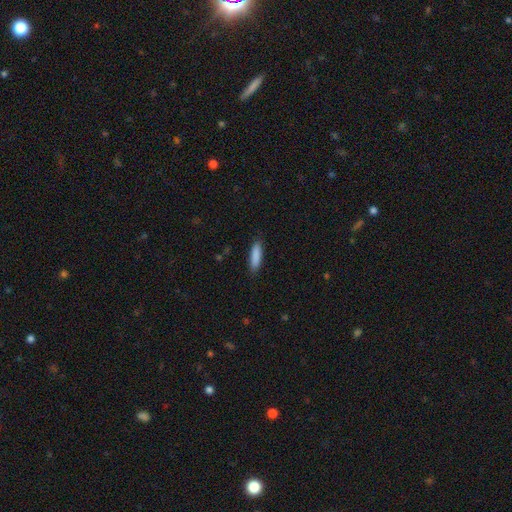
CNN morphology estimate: Smooth or featured?
  - smooth: 87% *
  - featured or disk: 6%
  - star or artifact: 6%
How rounded?
  - cigar-shaped: 67% *
  - in between: 31%
  - round: 1%
Merging?
  - none: 87% *
  - minor disturbance: 10%
  - major disturbance: 2%
  - merger: 1%